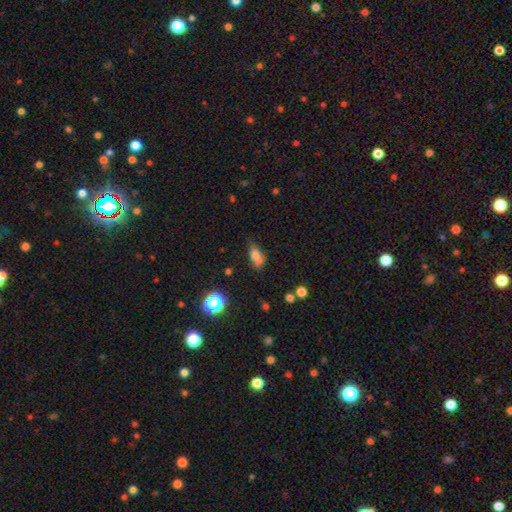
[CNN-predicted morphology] smooth_or_featured: smooth (p=0.72) [alt: featured or disk p=0.16]
how_rounded: in between (p=0.80) [alt: cigar-shaped p=0.12]
merging: none (p=0.49) [alt: minor disturbance p=0.35]